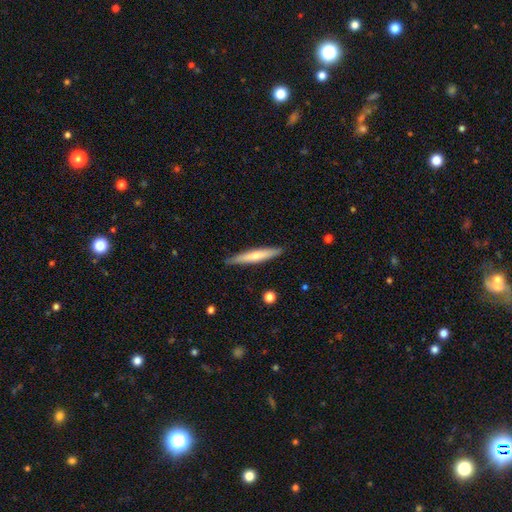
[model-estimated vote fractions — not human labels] This is possibly a smooth galaxy (55%). How rounded: clearly cigar-shaped (93%). Merging: clearly none (88%).